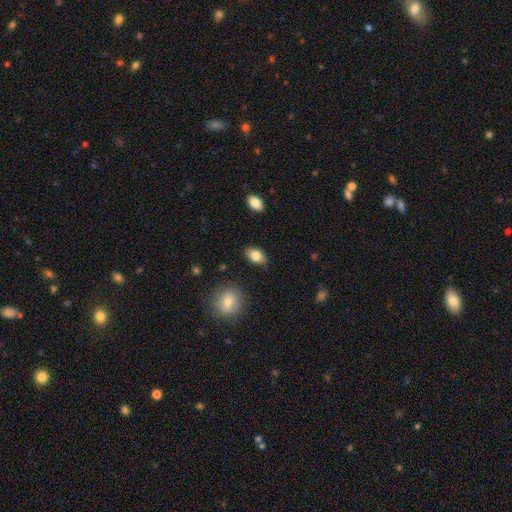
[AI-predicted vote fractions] smooth 81%, featured or disk 11%, star or artifact 8%. Down the decision tree: how rounded — in between (89%); merging — none (83%).